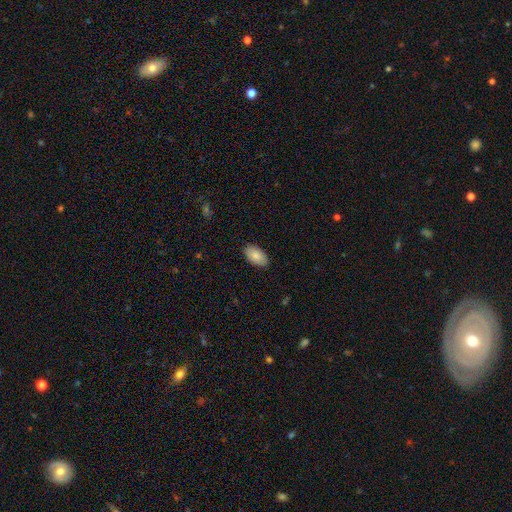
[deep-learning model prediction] smooth-or-featured: smooth: 87% | featured or disk: 7% | star or artifact: 6%
  how-rounded: in between: 95% | round: 4% | cigar-shaped: 2%
  merging: none: 87% | minor disturbance: 10% | major disturbance: 2% | merger: 1%